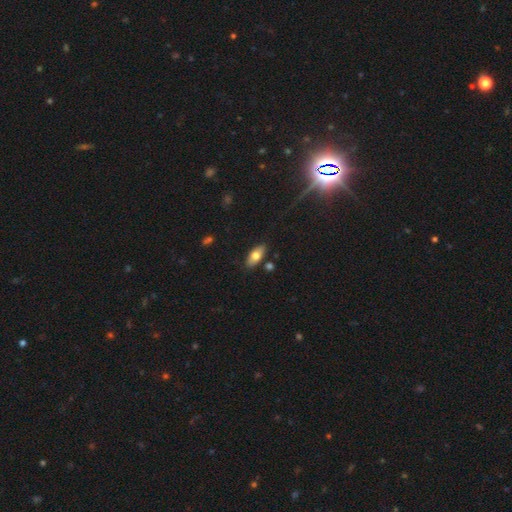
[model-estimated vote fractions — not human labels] Smooth or featured? Predicted: smooth (p=0.73). How rounded? Predicted: in between (p=0.86). Merging? Predicted: none (p=0.84).